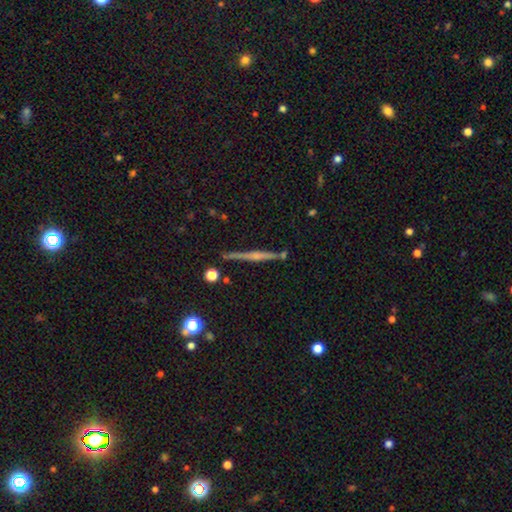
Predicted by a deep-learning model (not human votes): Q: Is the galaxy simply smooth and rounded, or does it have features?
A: featured or disk — 67%.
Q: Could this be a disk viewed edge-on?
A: yes — 98%.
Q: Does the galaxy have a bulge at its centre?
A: rounded — 53%.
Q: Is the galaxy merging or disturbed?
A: none — 86%.